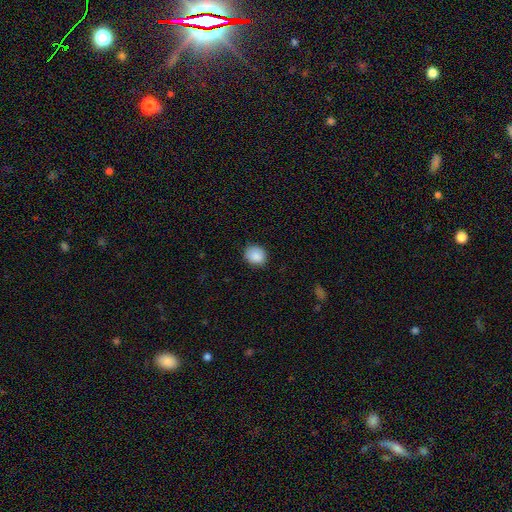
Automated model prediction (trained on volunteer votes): smooth-or-featured: smooth: 89% | star or artifact: 8% | featured or disk: 4%
  how-rounded: round: 72% | in between: 27% | cigar-shaped: 1%
  merging: none: 84% | minor disturbance: 13% | major disturbance: 3% | merger: 1%